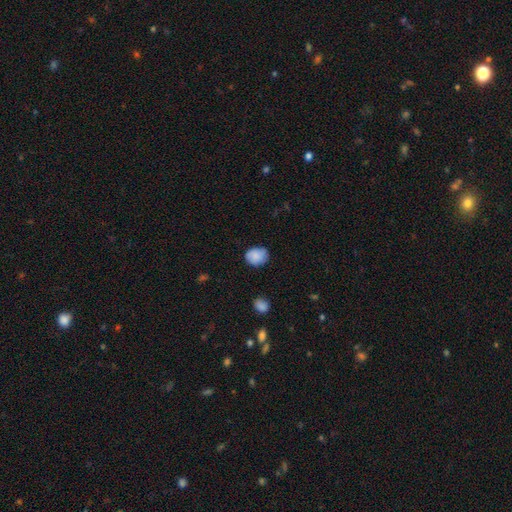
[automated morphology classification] smooth_or_featured: smooth (p=0.82) [alt: featured or disk p=0.11]
how_rounded: round (p=0.60) [alt: in between p=0.39]
merging: none (p=0.72) [alt: minor disturbance p=0.23]